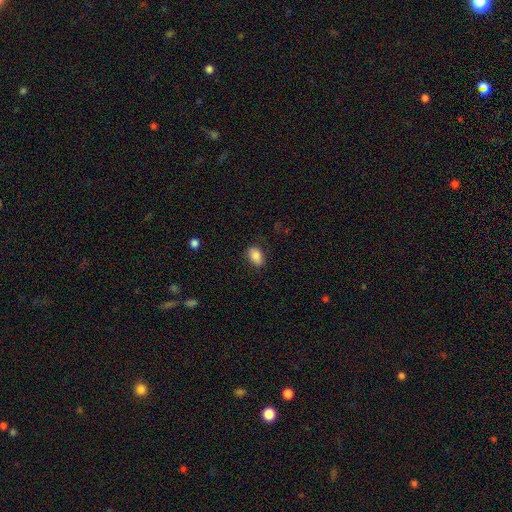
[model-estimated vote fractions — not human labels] Smooth or featured? smooth (86%)
How rounded? in between (83%)
Merging? none (82%)